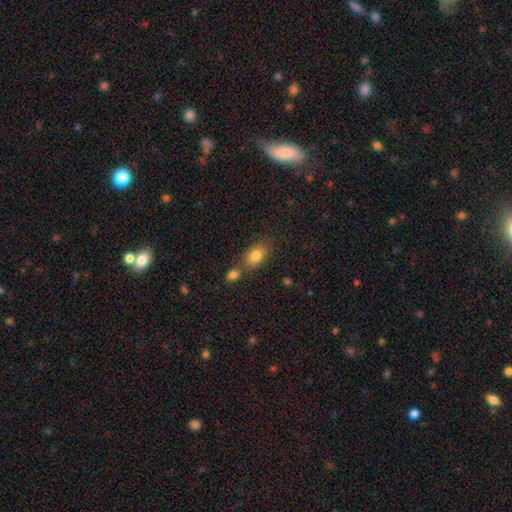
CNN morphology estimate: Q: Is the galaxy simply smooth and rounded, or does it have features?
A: smooth — 81%.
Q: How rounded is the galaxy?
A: in between — 80%.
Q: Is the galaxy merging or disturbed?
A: none — 54%.